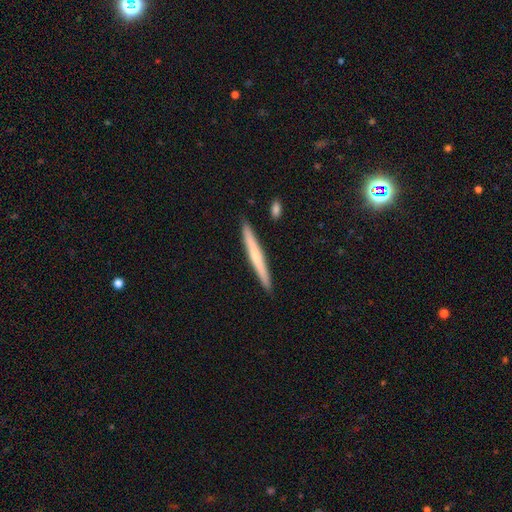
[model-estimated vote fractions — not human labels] smooth-or-featured: smooth: 50% | featured or disk: 45% | star or artifact: 6%
  merging: none: 91% | minor disturbance: 6% | merger: 1% | major disturbance: 1%